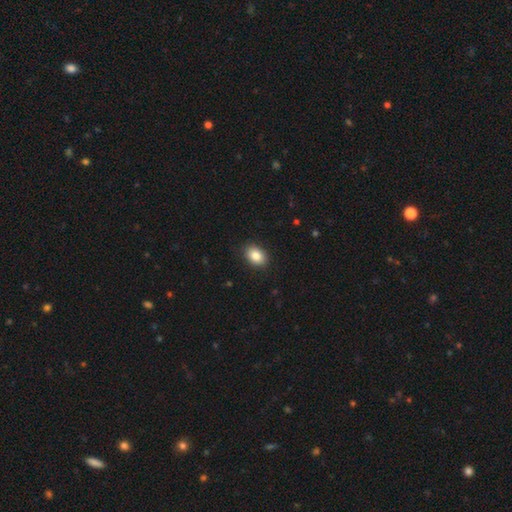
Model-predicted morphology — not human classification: Smooth or featured? Predicted: smooth (p=0.86). How rounded? Predicted: in between (p=0.81). Merging? Predicted: none (p=0.89).